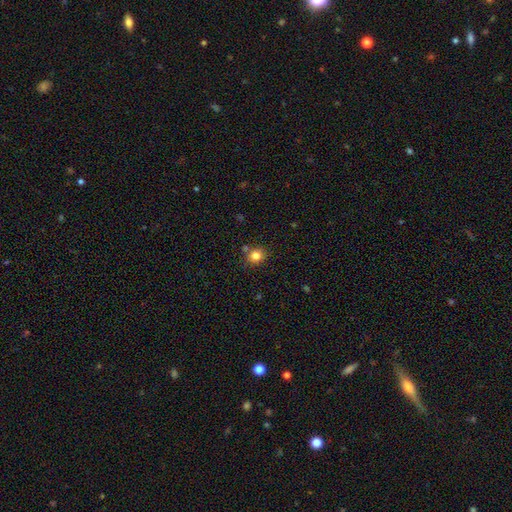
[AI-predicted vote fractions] This appears to be a smooth galaxy with no disk features (82%) that is round (82%). Merging: none (78%).